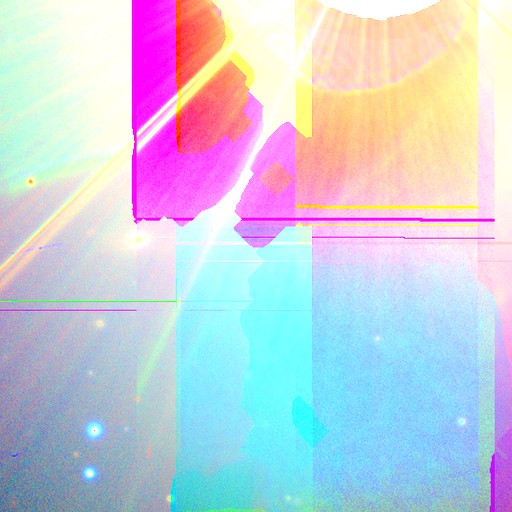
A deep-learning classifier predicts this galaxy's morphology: Smooth or featured?
  - star or artifact: 86% *
  - featured or disk: 8%
  - smooth: 6%